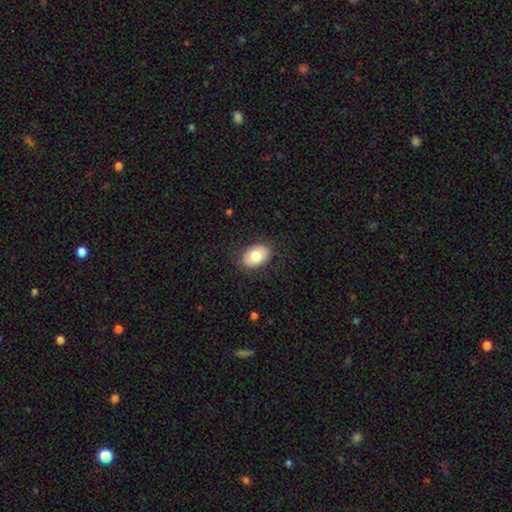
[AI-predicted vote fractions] smooth-or-featured: smooth: 78% | featured or disk: 16% | star or artifact: 7%
  how-rounded: in between: 80% | round: 19% | cigar-shaped: 1%
  merging: none: 85% | minor disturbance: 11% | major disturbance: 3% | merger: 1%